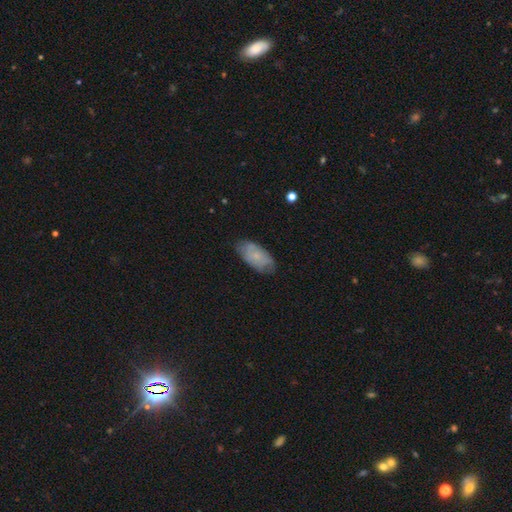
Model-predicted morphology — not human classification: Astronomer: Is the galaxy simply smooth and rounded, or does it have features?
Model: smooth — 58% (runner-up: featured or disk, 35%).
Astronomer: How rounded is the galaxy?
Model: in between — 92%.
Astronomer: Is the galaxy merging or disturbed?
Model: none — 70%.